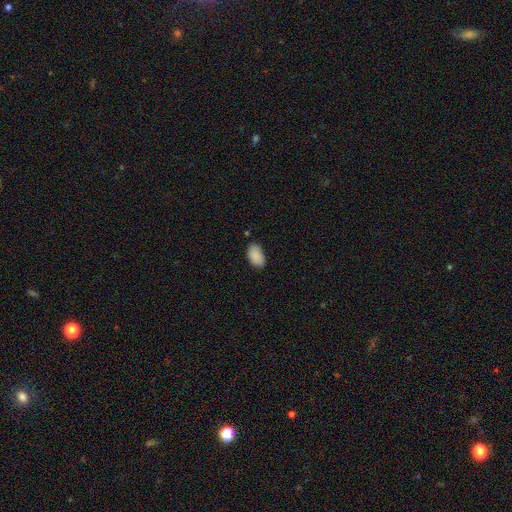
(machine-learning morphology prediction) A smooth galaxy with no disk features (89%) that is in between round and cigar-shaped (94%).

Vote fractions:
- Smooth or featured? smooth: 89% / star or artifact: 7% / featured or disk: 4%
- How rounded? in between: 94% / round: 5% / cigar-shaped: 1%
- Merging? none: 80% / minor disturbance: 16% / major disturbance: 3% / merger: 2%